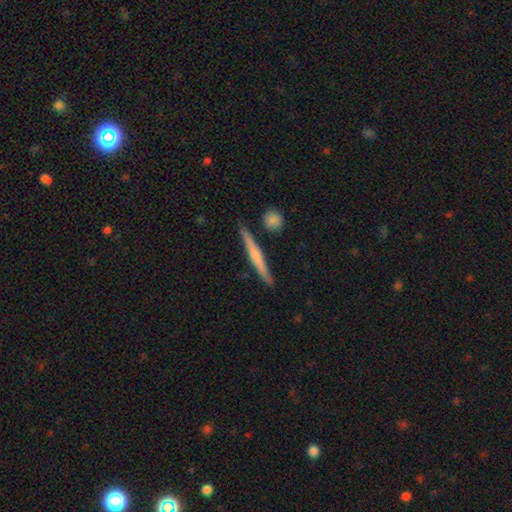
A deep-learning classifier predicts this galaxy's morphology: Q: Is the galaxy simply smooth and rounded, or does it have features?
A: featured or disk — 50%.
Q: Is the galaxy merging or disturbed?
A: none — 86%.